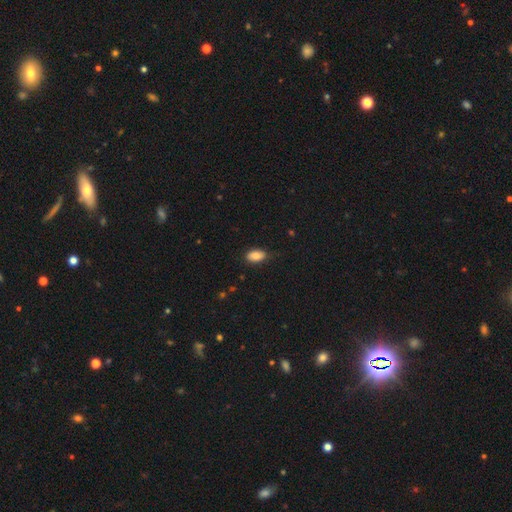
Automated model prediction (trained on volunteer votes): Q: Smooth or featured?
A: smooth (84%); runner-up: star or artifact (8%)
Q: How rounded?
A: in between (91%); runner-up: round (6%)
Q: Merging?
A: none (76%); runner-up: minor disturbance (19%)